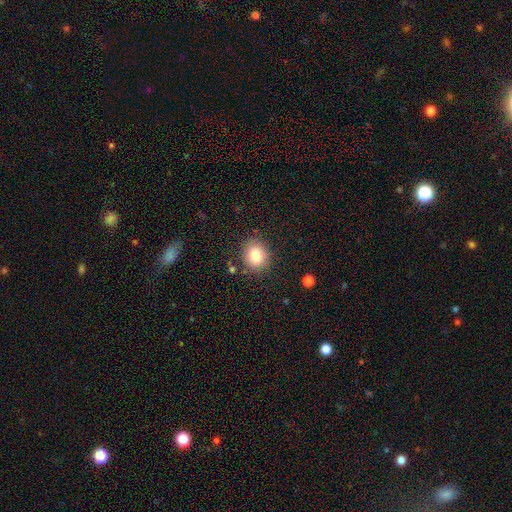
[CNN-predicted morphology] smooth-or-featured: smooth: 80% | star or artifact: 10% | featured or disk: 10%
  how-rounded: round: 64% | in between: 35% | cigar-shaped: 1%
  merging: none: 84% | minor disturbance: 10% | major disturbance: 3% | merger: 2%